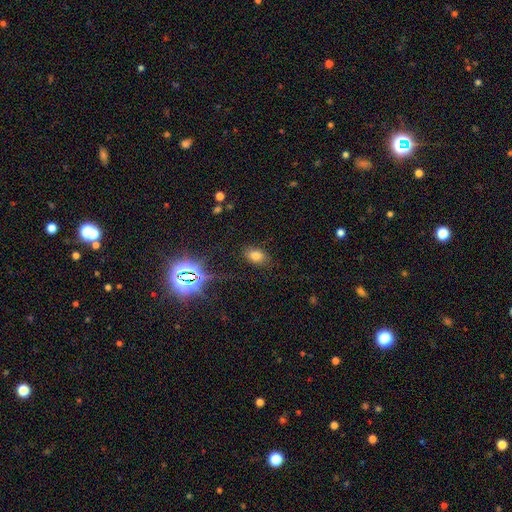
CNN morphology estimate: smooth 71%, star or artifact 20%, featured or disk 9%. Down the decision tree: how rounded — in between (85%); merging — none (82%).